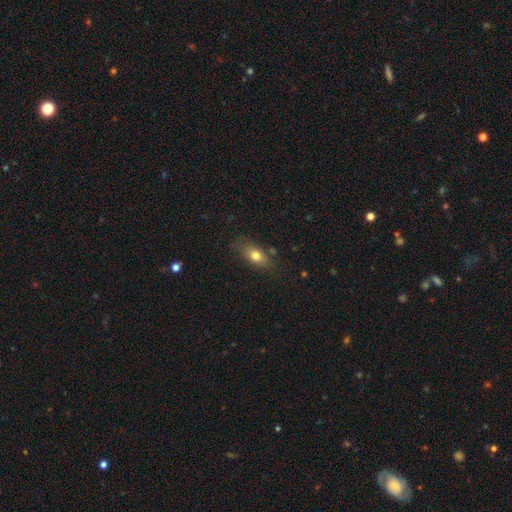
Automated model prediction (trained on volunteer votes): Smooth or featured? smooth (75%)
How rounded? in between (78%)
Merging? none (73%)